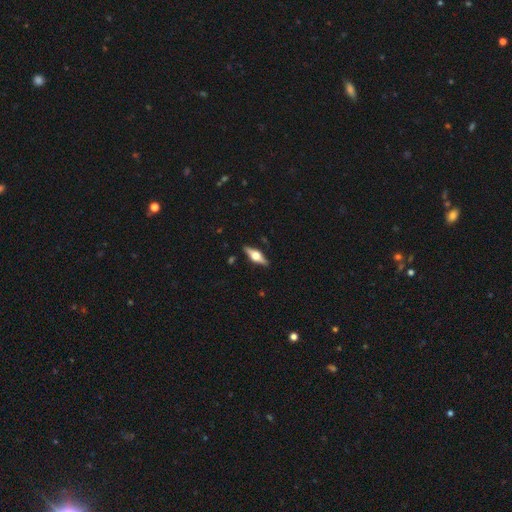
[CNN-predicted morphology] type=featured or disk (68%); edge-on=yes (96%); edge-on bulge=rounded (94%); merging=none (89%).